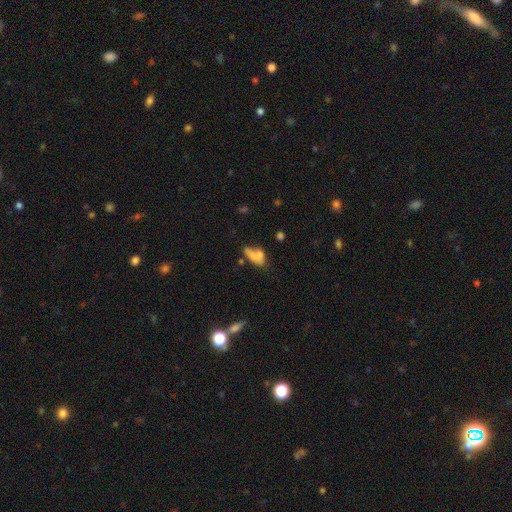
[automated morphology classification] Smooth or featured: smooth — 62% (featured or disk — 26%)
How rounded: in between — 79% (cigar-shaped — 14%)
Merging: merger — 41% (none — 28%)